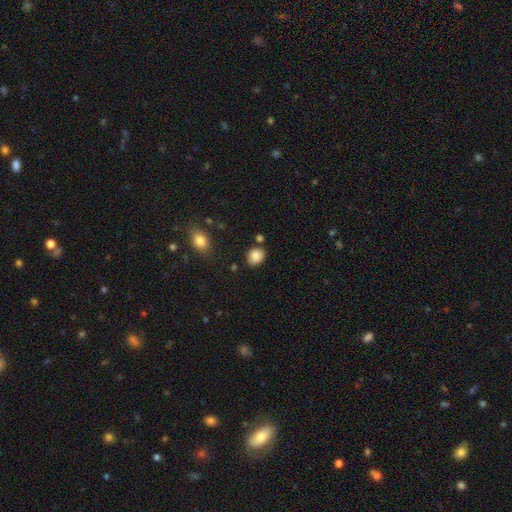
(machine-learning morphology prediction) type=smooth (87%); roundness=round (53%); merging=none (77%).